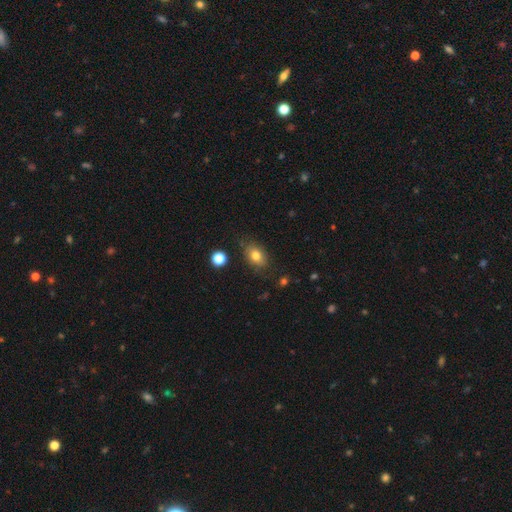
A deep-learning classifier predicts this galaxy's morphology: A smooth galaxy with no disk features (79%) that is in between round and cigar-shaped (79%). Merging: none (78%).